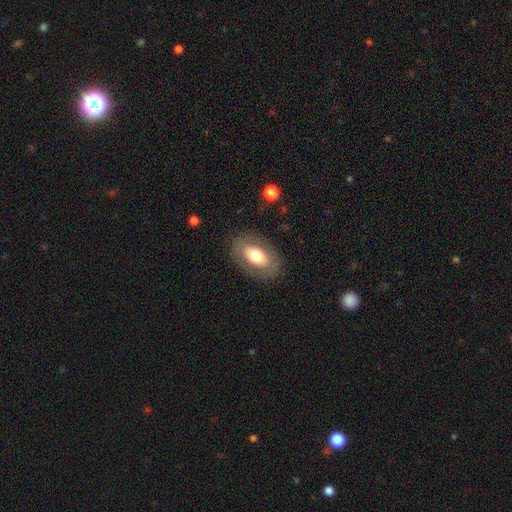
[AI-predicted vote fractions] A smooth galaxy with no disk features (63%) that is in between round and cigar-shaped (90%).

Vote fractions:
- Smooth or featured? smooth: 63% / featured or disk: 30% / star or artifact: 7%
- How rounded? in between: 90% / round: 9% / cigar-shaped: 1%
- Merging? none: 83% / minor disturbance: 11% / major disturbance: 5% / merger: 1%